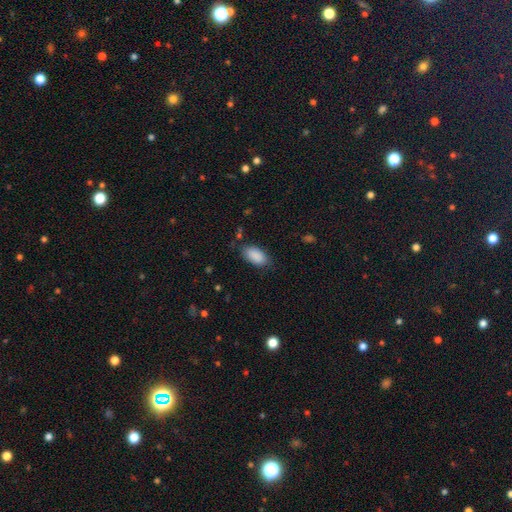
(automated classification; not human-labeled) This is clearly a smooth galaxy (90%). How rounded: clearly in between (94%). Merging: likely none (79%).